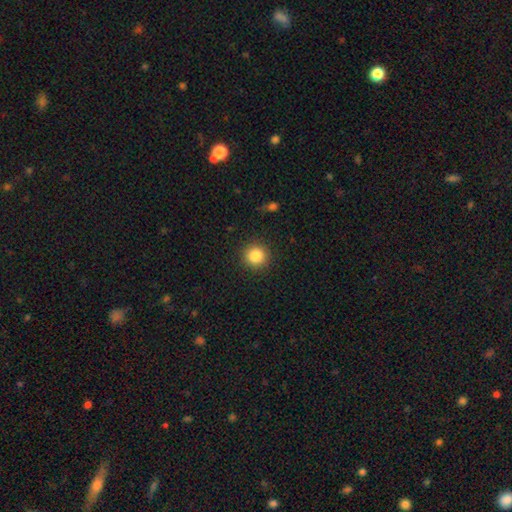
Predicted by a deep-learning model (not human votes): Smooth or featured: smooth — 85% (star or artifact — 10%)
How rounded: round — 94% (in between — 5%)
Merging: none — 91% (minor disturbance — 6%)